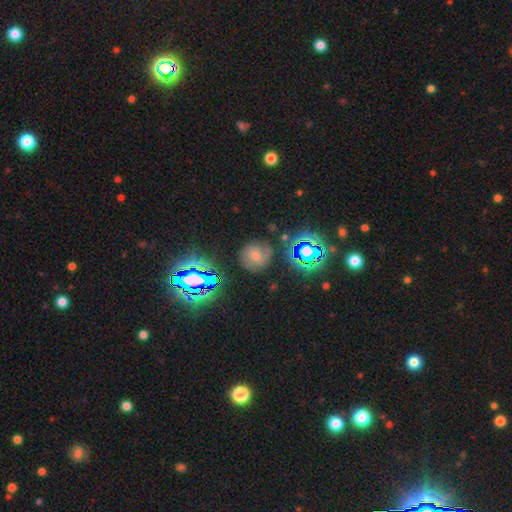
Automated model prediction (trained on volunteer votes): Overall: star or artifact (37%; featured or disk 35%).